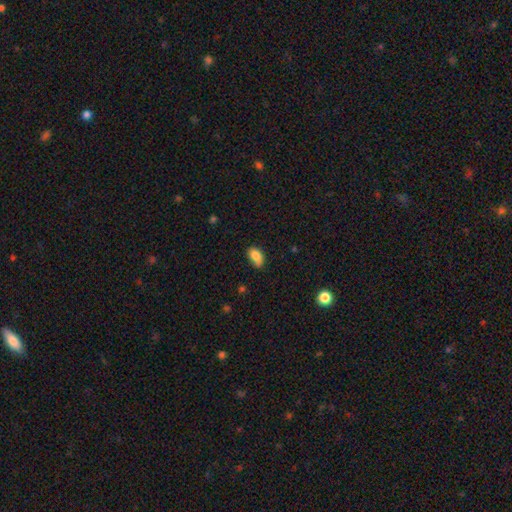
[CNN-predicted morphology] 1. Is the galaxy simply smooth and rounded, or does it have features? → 81% smooth, 11% featured or disk, 9% star or artifact.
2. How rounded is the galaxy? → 86% in between, 12% round, 2% cigar-shaped.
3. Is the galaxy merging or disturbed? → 53% none, 34% minor disturbance, 9% major disturbance, 5% merger.